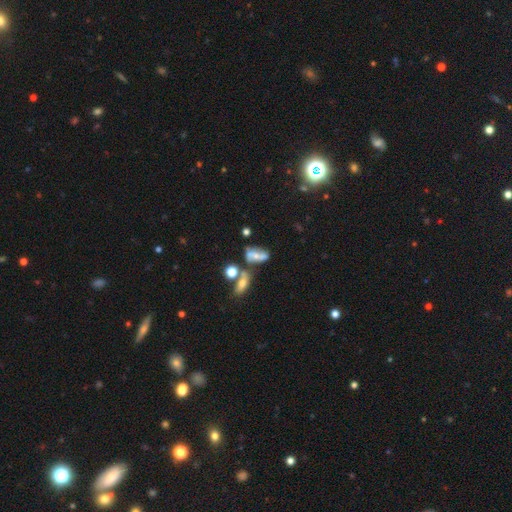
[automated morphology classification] smooth 44%, featured or disk 40%, star or artifact 15%. Down the decision tree: merging — merger (38%).